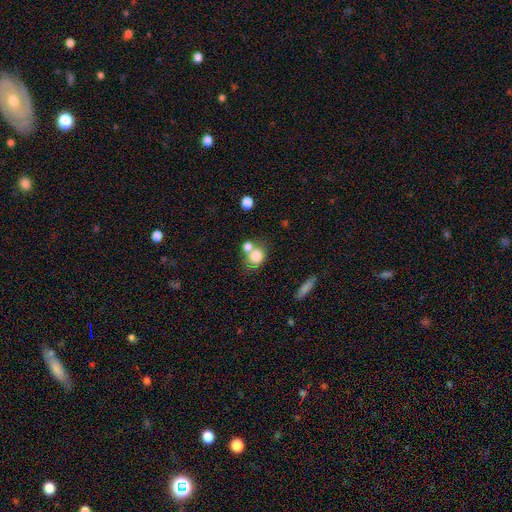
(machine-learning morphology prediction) Smooth or featured: smooth — 78% (featured or disk — 13%)
How rounded: round — 65% (in between — 33%)
Merging: merger — 42% (tied with none — 42%)